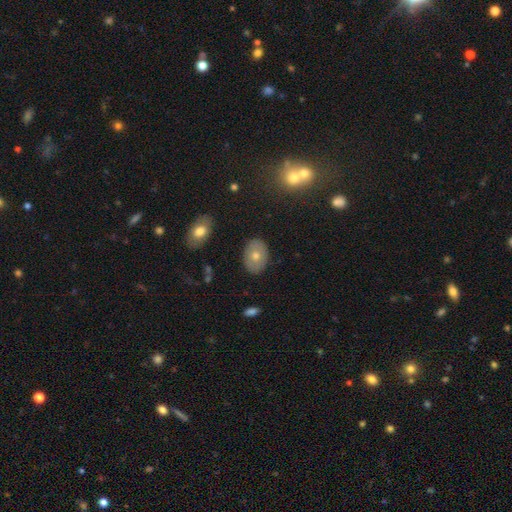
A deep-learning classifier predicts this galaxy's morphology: Overall: smooth (69%). How rounded: in between (81%). Merging: none (86%).